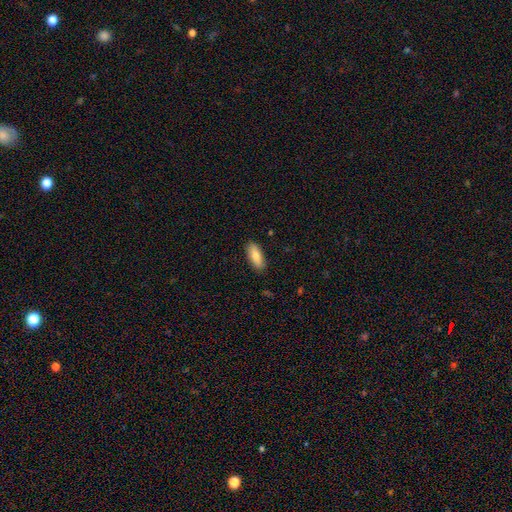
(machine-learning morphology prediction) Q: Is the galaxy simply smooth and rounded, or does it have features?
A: smooth — 82%.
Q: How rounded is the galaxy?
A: in between — 76%.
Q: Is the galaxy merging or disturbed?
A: none — 88%.